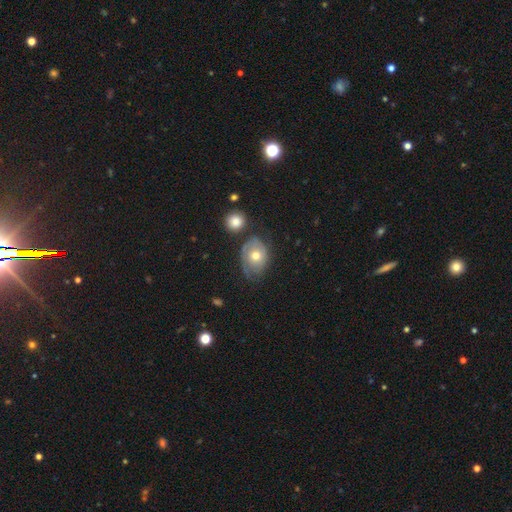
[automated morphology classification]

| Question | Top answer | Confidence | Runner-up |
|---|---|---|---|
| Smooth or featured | featured or disk | 48% | smooth (43%) |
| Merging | none | 49% | minor disturbance (28%) |